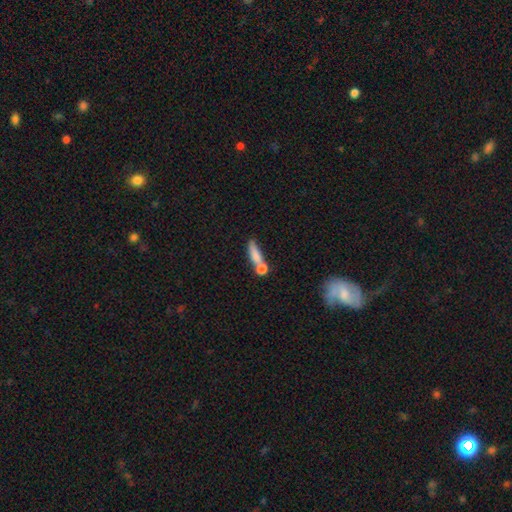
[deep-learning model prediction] Smooth or featured? Predicted: smooth (p=0.74). How rounded? Predicted: cigar-shaped (p=0.50). Merging? Predicted: merger (p=0.42).